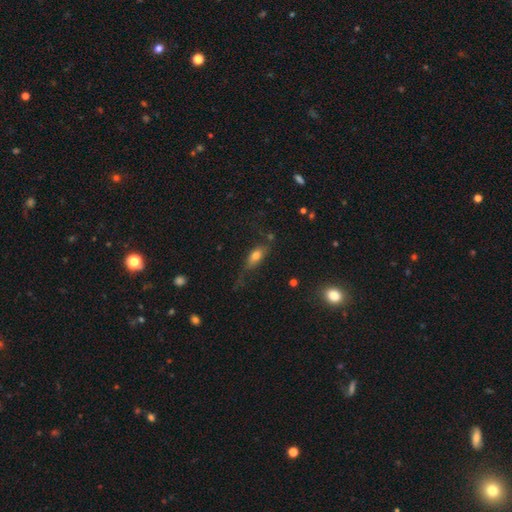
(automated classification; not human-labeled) smooth-or-featured: smooth: 68% | featured or disk: 22% | star or artifact: 9%
  how-rounded: in between: 76% | cigar-shaped: 18% | round: 6%
  merging: none: 53% | minor disturbance: 25% | major disturbance: 18% | merger: 4%